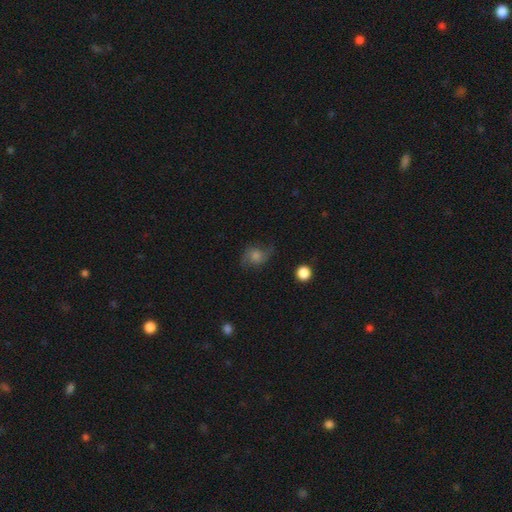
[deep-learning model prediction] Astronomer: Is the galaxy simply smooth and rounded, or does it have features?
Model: featured or disk — 44% (runner-up: smooth, 42%).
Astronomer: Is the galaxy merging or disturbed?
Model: none — 65%.